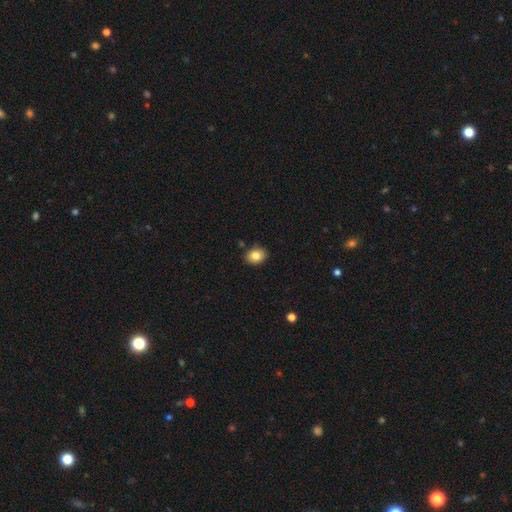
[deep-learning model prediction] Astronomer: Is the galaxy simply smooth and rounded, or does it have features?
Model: smooth — 84%.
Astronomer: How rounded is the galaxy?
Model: in between — 64%.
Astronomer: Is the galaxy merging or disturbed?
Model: none — 87%.